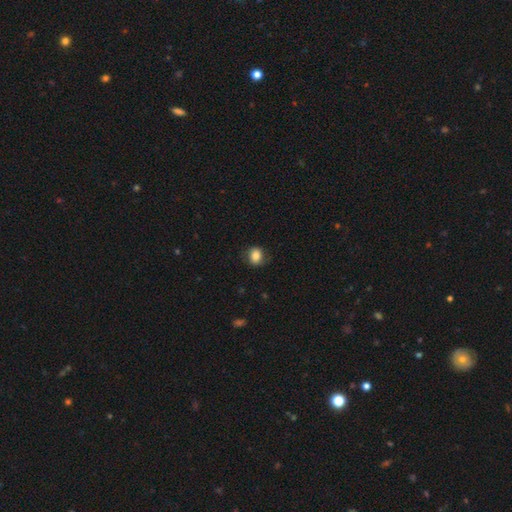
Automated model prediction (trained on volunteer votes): Overall: smooth (81%). How rounded: round (59%; in between 39%). Merging: none (77%).